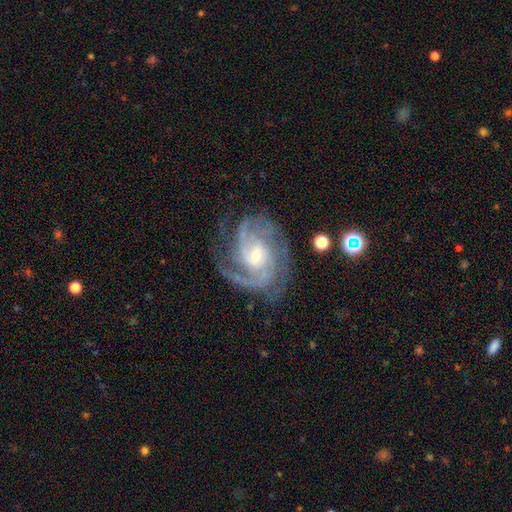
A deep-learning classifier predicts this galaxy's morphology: A featured or disk galaxy (91%) with no bar (48%), 3 (37%) tight (56%) spiral arms (98%) and a small central bulge (58%).

Vote fractions:
- Smooth or featured? featured or disk: 91% / star or artifact: 5% / smooth: 4%
- Edge-on disk? no: 98% / yes: 2%
- Bar? no: 48% / weak: 40% / strong: 12%
- Spiral arms? yes: 98% / no: 2%
- Spiral winding? tight: 56% / medium: 38% / loose: 6%
- Spiral arm count? 3: 37% / 2: 27% / can't tell: 13% / 4: 11% / 1: 6% / more than 4: 6%
- Bulge size? small: 58% / moderate: 38% / large: 2% / none: 1% / dominant: 1%
- Merging? none: 73% / minor disturbance: 17% / major disturbance: 9% / merger: 2%